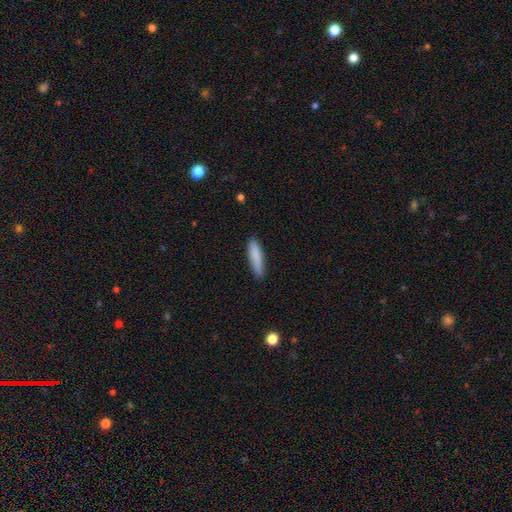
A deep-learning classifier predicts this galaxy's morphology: Smooth or featured? Predicted: smooth (p=0.85). How rounded? Predicted: cigar-shaped (p=0.78). Merging? Predicted: none (p=0.83).